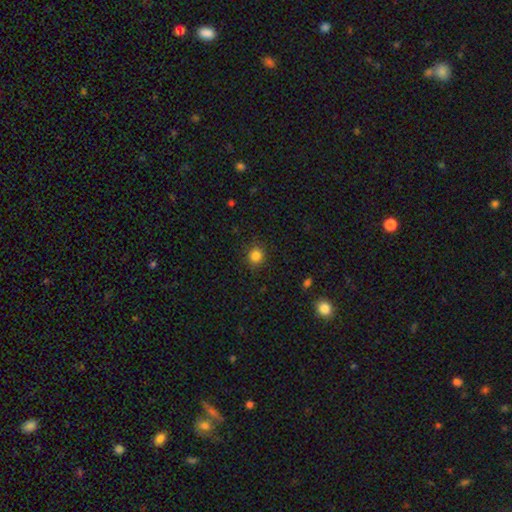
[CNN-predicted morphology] Smooth or featured? smooth (84%)
How rounded? round (86%)
Merging? none (88%)